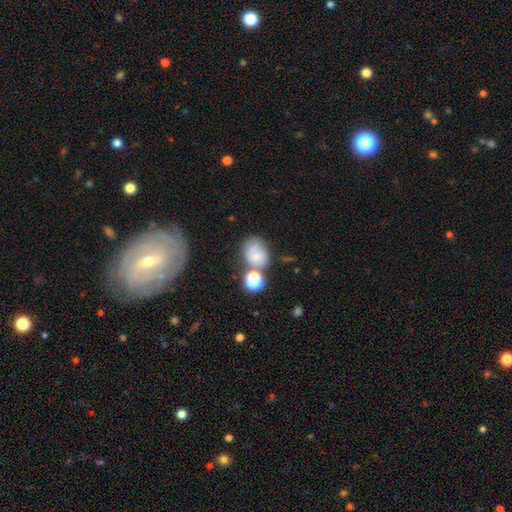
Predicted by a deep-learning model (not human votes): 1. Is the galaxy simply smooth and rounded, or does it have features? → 62% smooth, 22% featured or disk, 16% star or artifact.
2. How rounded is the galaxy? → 53% round, 46% in between, 1% cigar-shaped.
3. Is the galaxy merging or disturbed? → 44% none, 26% merger, 20% minor disturbance, 11% major disturbance.